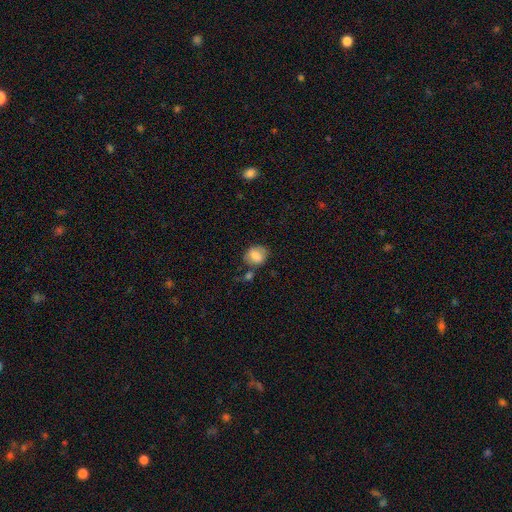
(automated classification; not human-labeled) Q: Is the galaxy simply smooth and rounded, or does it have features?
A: smooth — 79%.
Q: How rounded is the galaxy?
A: round — 52%.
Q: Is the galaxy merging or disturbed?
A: none — 60%.